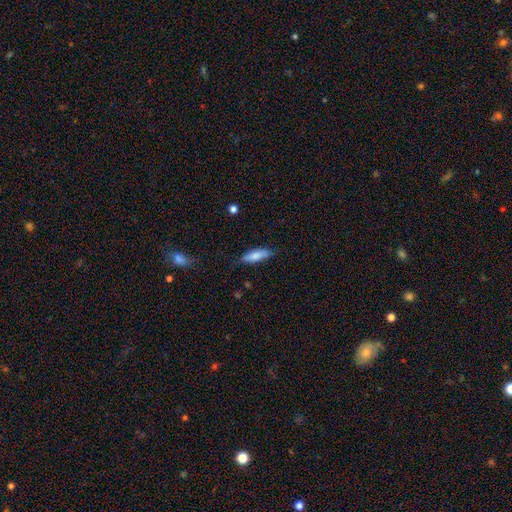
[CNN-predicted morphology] This is likely a smooth galaxy (78%). How rounded: possibly cigar-shaped (53%). Merging: likely none (76%).